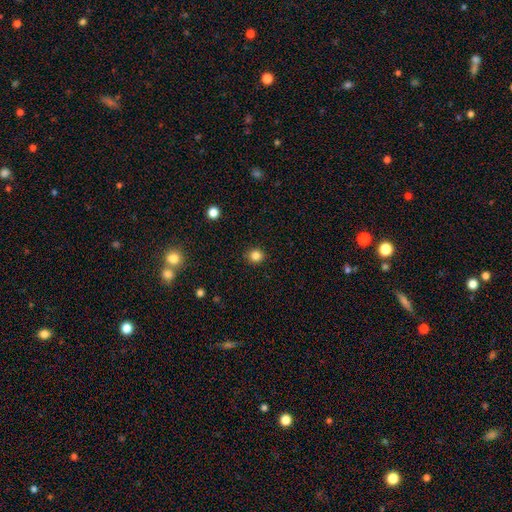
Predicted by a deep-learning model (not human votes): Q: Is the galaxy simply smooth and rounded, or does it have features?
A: smooth — 83%.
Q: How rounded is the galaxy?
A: round — 86%.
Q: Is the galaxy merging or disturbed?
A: none — 91%.